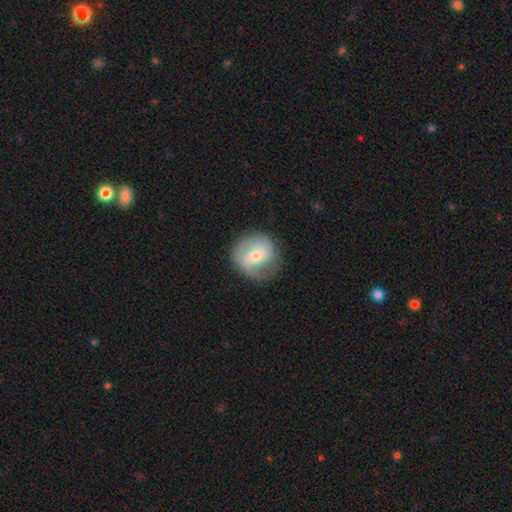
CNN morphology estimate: smooth-or-featured: featured or disk: 69% | smooth: 25% | star or artifact: 7%
  disk-edge-on: no: 97% | yes: 3%
    bar: weak: 45% | no: 37% | strong: 18%
    has-spiral-arms: yes: 89% | no: 11%
      spiral-winding: medium: 43% | loose: 29% | tight: 28%
      spiral-arm-count: 2: 68% | 1: 15% | can't tell: 11% | 3: 3% | 4: 1% | more than 4: 1%
    bulge-size: moderate: 53% | small: 42% | large: 2% | none: 1% | dominant: 1%
  merging: none: 76% | minor disturbance: 16% | major disturbance: 7% | merger: 1%